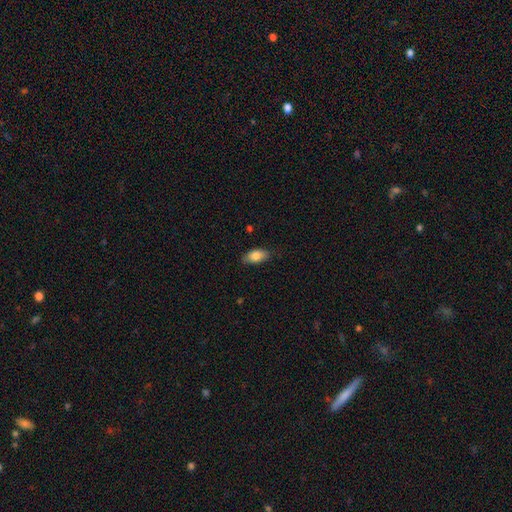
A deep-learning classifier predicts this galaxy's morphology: This is clearly a smooth galaxy (82%). How rounded: clearly in between (90%). Merging: likely none (80%).